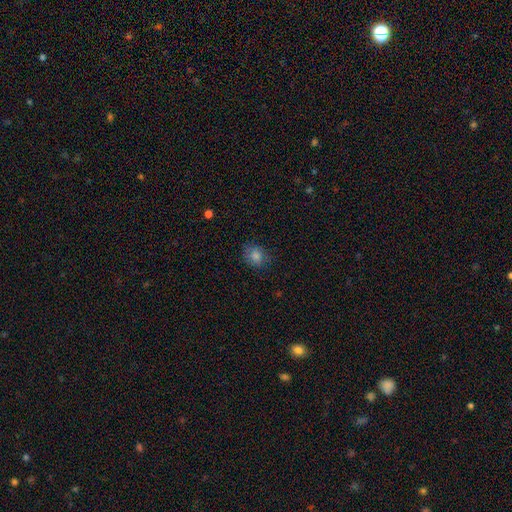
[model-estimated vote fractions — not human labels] smooth_or_featured: smooth (p=0.76) [alt: star or artifact p=0.14]
how_rounded: round (p=0.59) [alt: in between p=0.40]
merging: none (p=0.78) [alt: minor disturbance p=0.16]